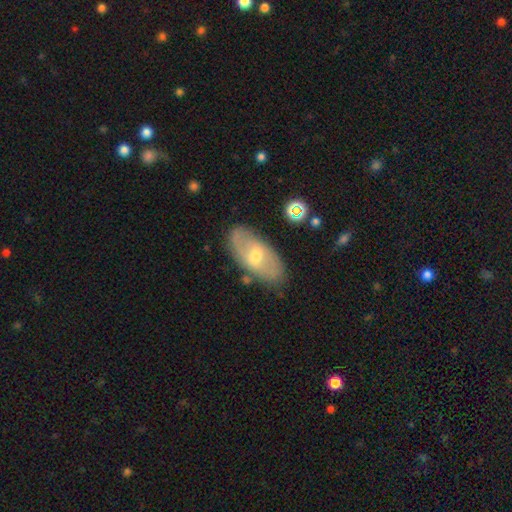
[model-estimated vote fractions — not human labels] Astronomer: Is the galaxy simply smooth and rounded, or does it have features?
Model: featured or disk — 56% (runner-up: smooth, 37%).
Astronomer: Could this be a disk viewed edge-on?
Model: no — 87%.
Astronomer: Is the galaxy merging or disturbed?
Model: none — 79%.